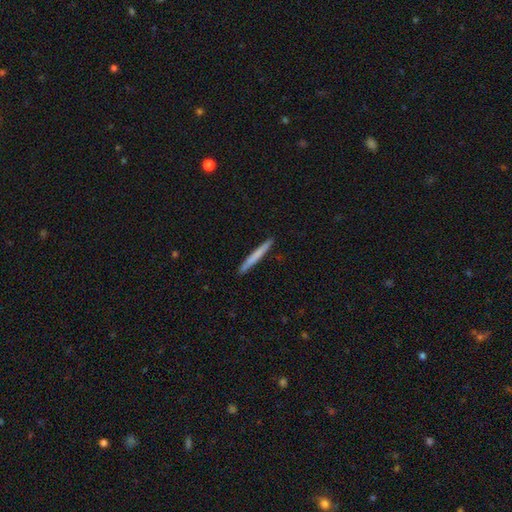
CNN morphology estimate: Smooth or featured?
  - smooth: 68% *
  - featured or disk: 27%
  - star or artifact: 5%
How rounded?
  - cigar-shaped: 97% *
  - in between: 2%
  - round: 1%
Merging?
  - none: 93% *
  - minor disturbance: 5%
  - major disturbance: 1%
  - merger: 1%